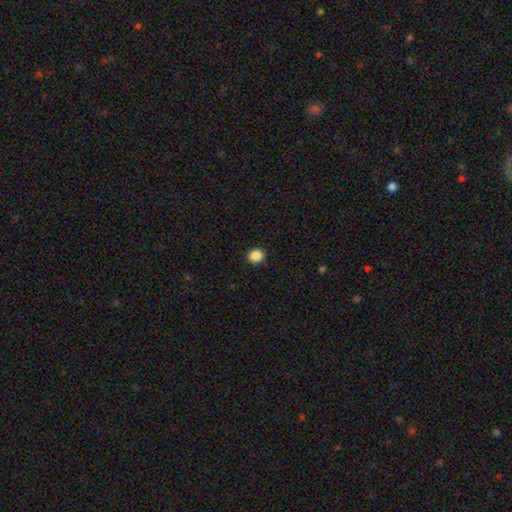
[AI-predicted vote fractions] Smooth or featured? Predicted: smooth (p=0.87). How rounded? Predicted: round (p=0.82). Merging? Predicted: none (p=0.92).